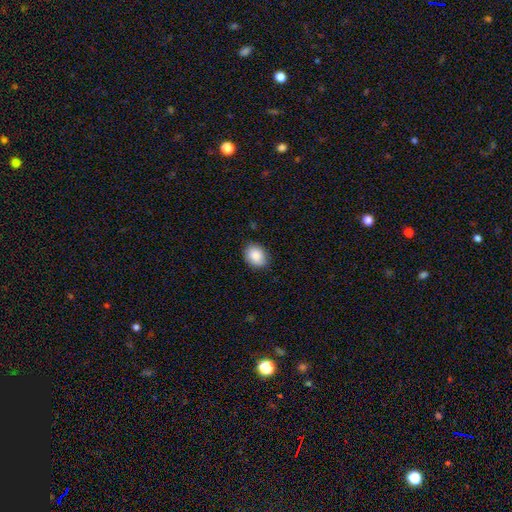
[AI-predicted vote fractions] Smooth or featured? Predicted: smooth (p=0.88). How rounded? Predicted: in between (p=0.62). Merging? Predicted: none (p=0.84).